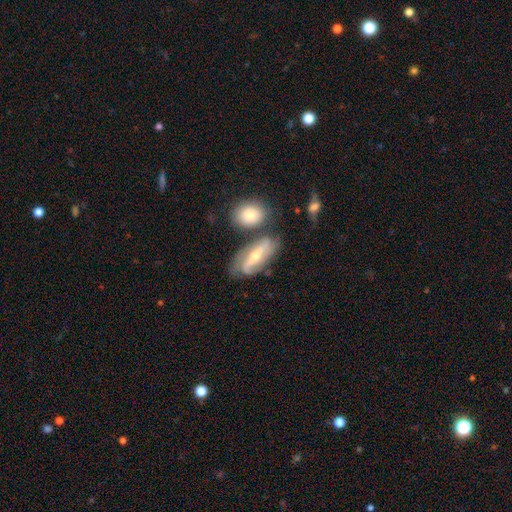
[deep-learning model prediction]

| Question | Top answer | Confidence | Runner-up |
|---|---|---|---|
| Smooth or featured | featured or disk | 69% | smooth (24%) |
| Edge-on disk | no | 82% | yes (18%) |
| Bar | strong | 45% | weak (28%) |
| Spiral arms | yes | 83% | no (17%) |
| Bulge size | small | 53% | moderate (43%) |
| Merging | none | 61% | minor disturbance (19%) |